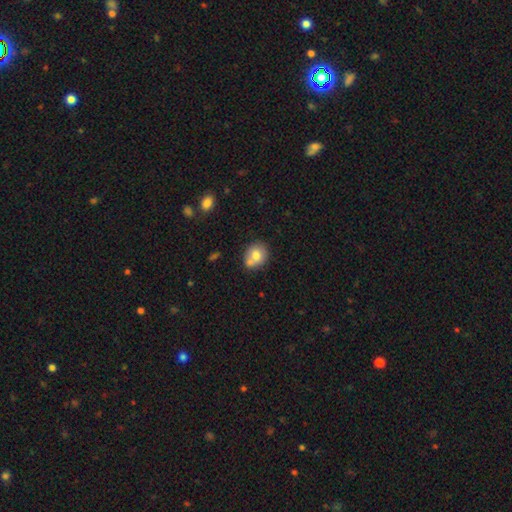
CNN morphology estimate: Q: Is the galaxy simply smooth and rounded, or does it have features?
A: smooth — 75%.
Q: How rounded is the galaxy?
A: round — 67%.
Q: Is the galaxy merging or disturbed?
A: none — 51%.